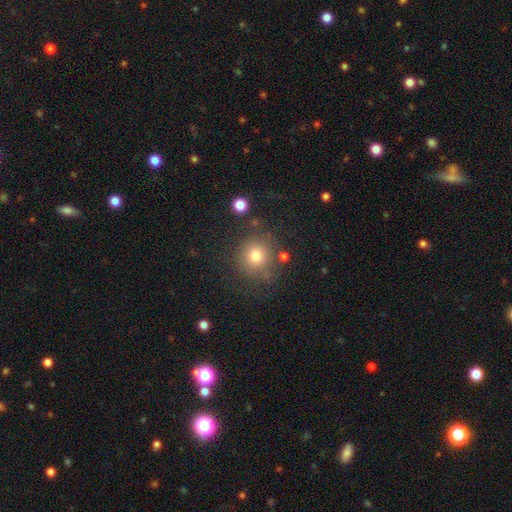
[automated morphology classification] Overall: smooth (76%). How rounded: round (90%). Merging: none (79%).